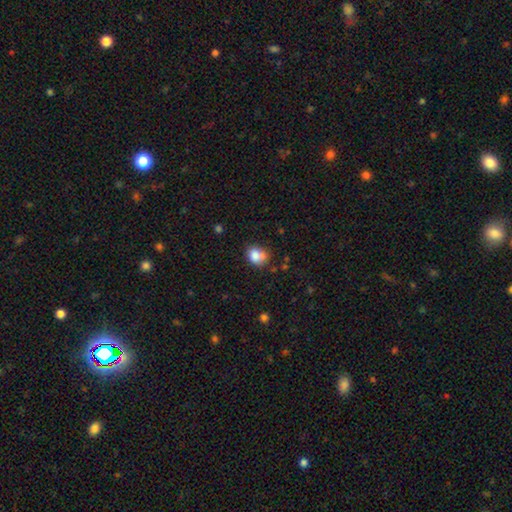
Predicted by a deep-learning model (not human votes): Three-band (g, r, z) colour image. It shows a smooth galaxy with no disk features (79%) that is round (51%). Merging: none (46%).